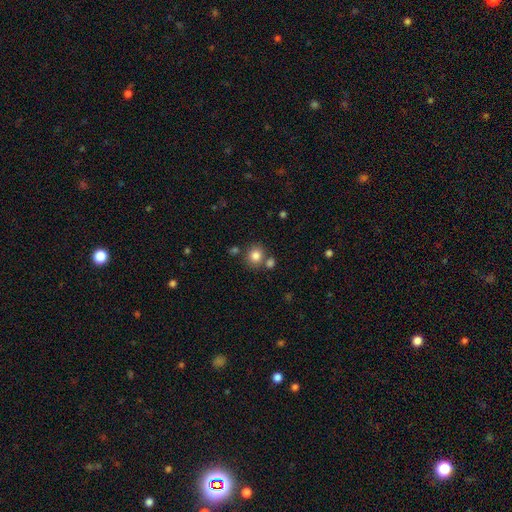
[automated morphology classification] This is clearly a smooth galaxy (82%). How rounded: clearly round (85%). Merging: likely none (70%).